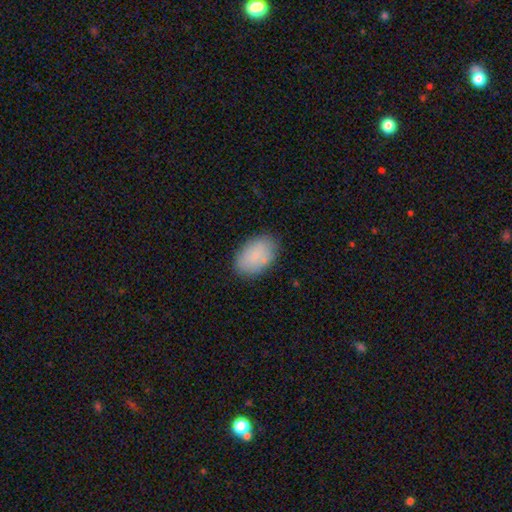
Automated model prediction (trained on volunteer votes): Smooth or featured: smooth — 84% (featured or disk — 10%)
How rounded: in between — 92% (round — 7%)
Merging: none — 82% (minor disturbance — 13%)